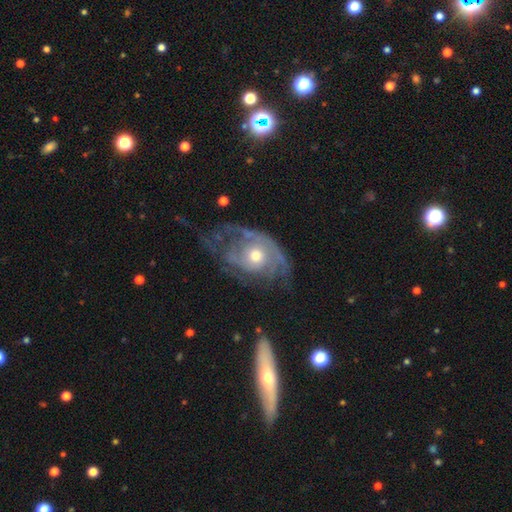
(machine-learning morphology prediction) Smooth or featured? featured or disk (75%)
Edge-on disk? no (95%)
Bar? no (83%)
Spiral arms? yes (76%)
Spiral winding? tight (46%)
Spiral arm count? can't tell (42%)
Bulge size? moderate (70%)
Merging? none (40%)